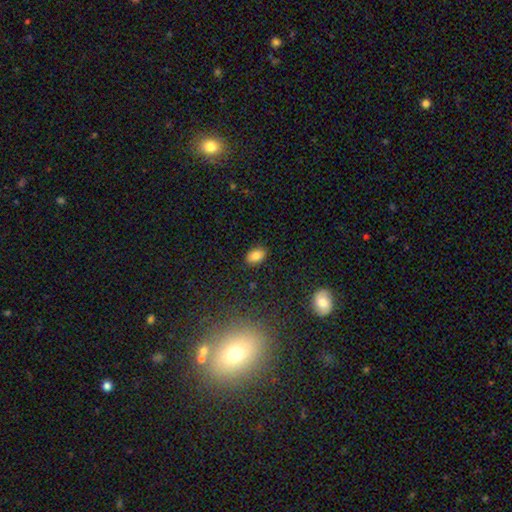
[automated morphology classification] Smooth or featured?
  - smooth: 83% *
  - star or artifact: 10%
  - featured or disk: 7%
How rounded?
  - in between: 82% *
  - round: 17%
  - cigar-shaped: 1%
Merging?
  - none: 86% *
  - minor disturbance: 10%
  - major disturbance: 2%
  - merger: 1%